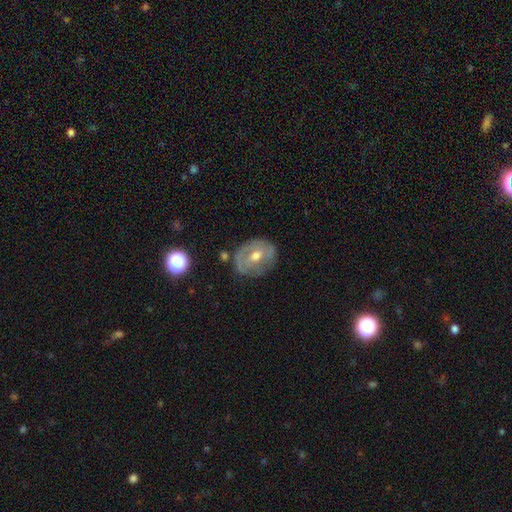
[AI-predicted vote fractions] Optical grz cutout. It shows a featured or disk galaxy (62%) with no bar (45%), no spiral arms (54%) and a moderate central bulge (71%). Merging: none (69%).